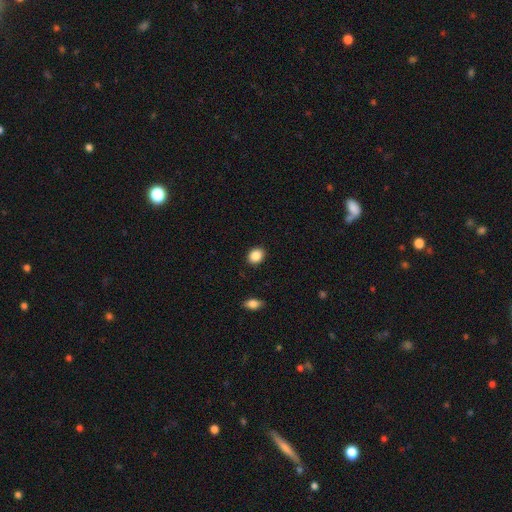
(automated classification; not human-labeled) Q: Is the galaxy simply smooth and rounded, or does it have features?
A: smooth — 88%.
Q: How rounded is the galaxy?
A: round — 54%.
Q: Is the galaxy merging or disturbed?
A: none — 90%.